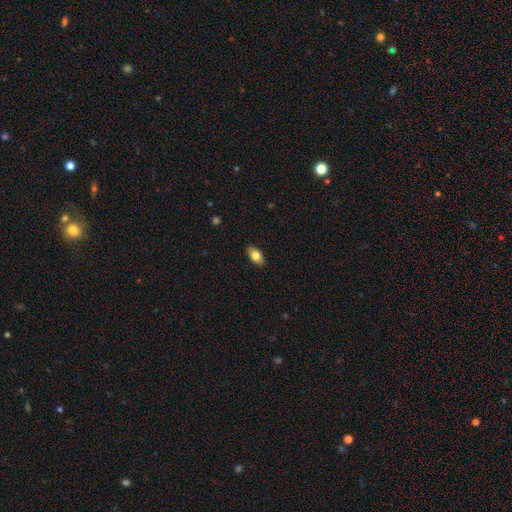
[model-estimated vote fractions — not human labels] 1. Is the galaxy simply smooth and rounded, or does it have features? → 78% smooth, 15% featured or disk, 7% star or artifact.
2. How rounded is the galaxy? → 90% in between, 5% cigar-shaped, 5% round.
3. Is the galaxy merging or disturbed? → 88% none, 9% minor disturbance, 2% major disturbance, 1% merger.